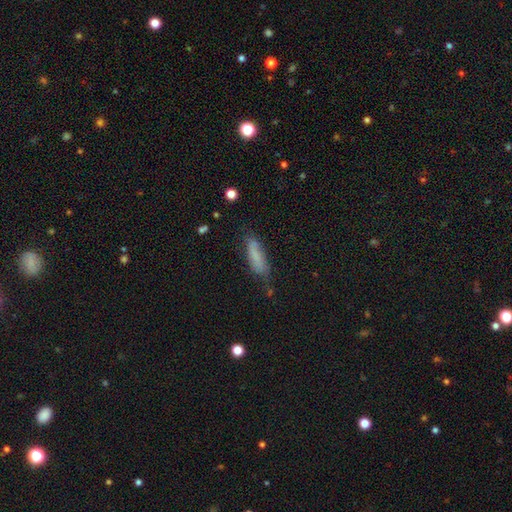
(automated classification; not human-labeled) The model was most divided on "how rounded": cigar-shaped: 57%, in between: 41%, round: 2%. More confident: smooth or featured — smooth (73%); merging — none (65%).